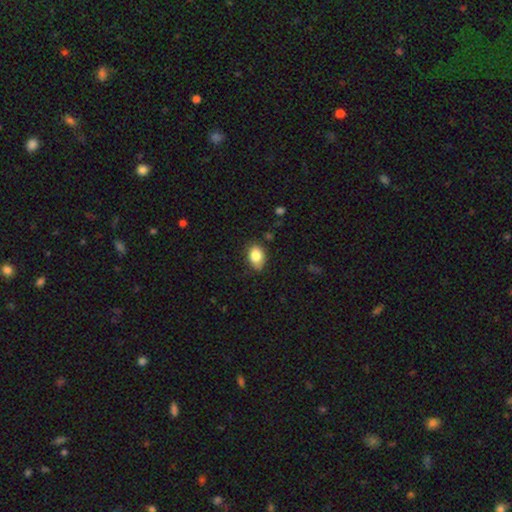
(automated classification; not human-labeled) Morphology: type=smooth (83%); roundness=in between (80%); merging=none (75%).